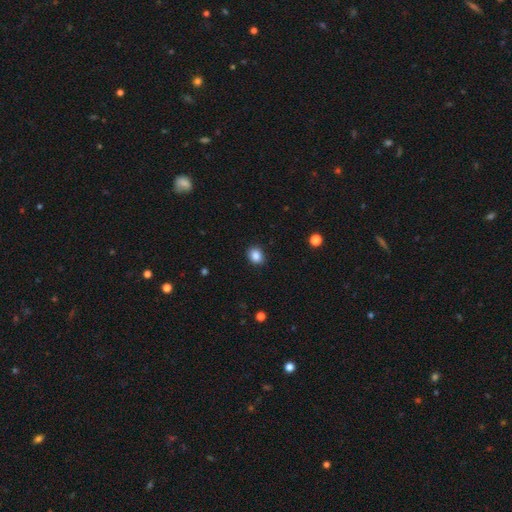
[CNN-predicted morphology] A smooth galaxy with no disk features (85%) that is round (62%). Merging: none (91%).